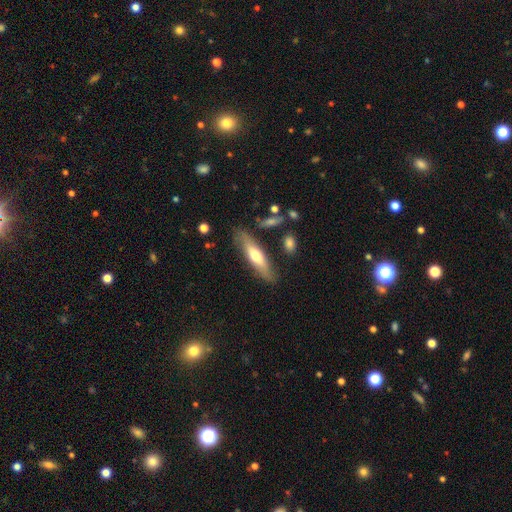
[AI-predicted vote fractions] Overall: smooth (55%; featured or disk 39%). How rounded: cigar-shaped (70%). Merging: none (79%).